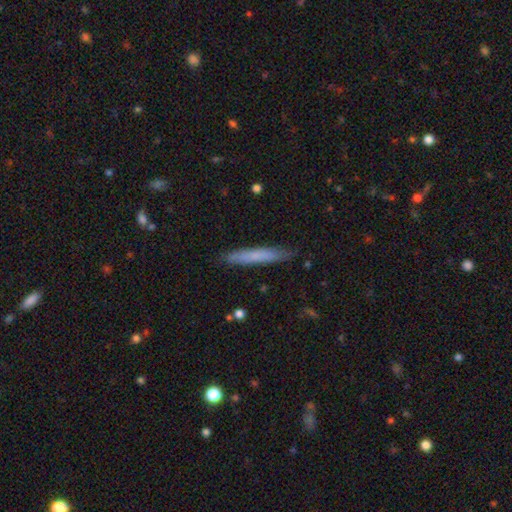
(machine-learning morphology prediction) type=smooth (68%); roundness=cigar-shaped (95%); merging=none (87%).